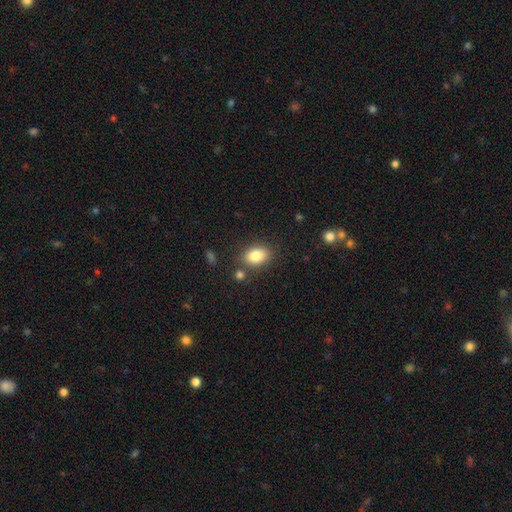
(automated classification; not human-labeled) Overall: smooth (83%). How rounded: in between (81%). Merging: none (78%).